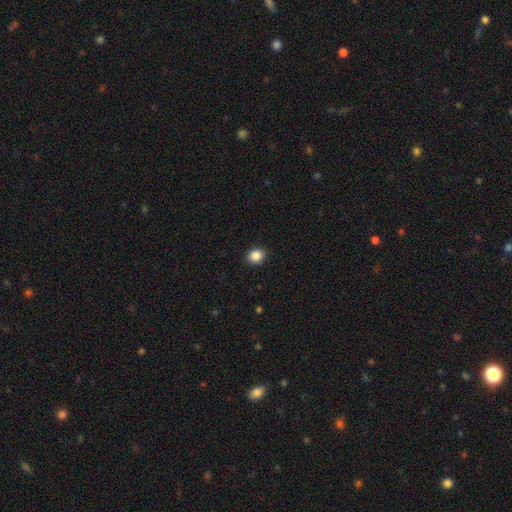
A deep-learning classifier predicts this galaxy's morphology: Smooth or featured? smooth (87%)
How rounded? round (66%)
Merging? none (91%)